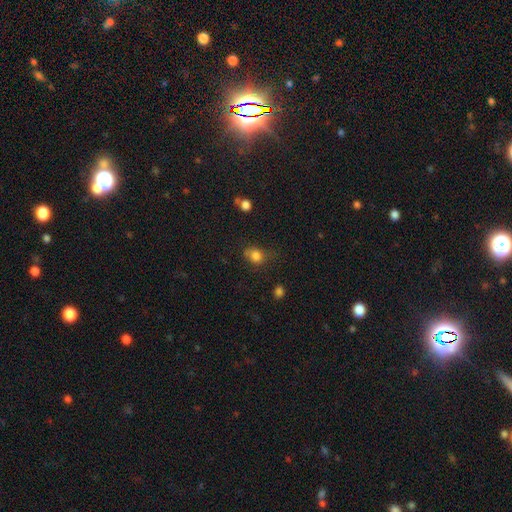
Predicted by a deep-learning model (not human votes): Smooth or featured?
  - smooth: 80% *
  - star or artifact: 12%
  - featured or disk: 8%
How rounded?
  - round: 50% *
  - in between: 49%
  - cigar-shaped: 1%
Merging?
  - none: 52% *
  - minor disturbance: 30%
  - major disturbance: 13%
  - merger: 5%